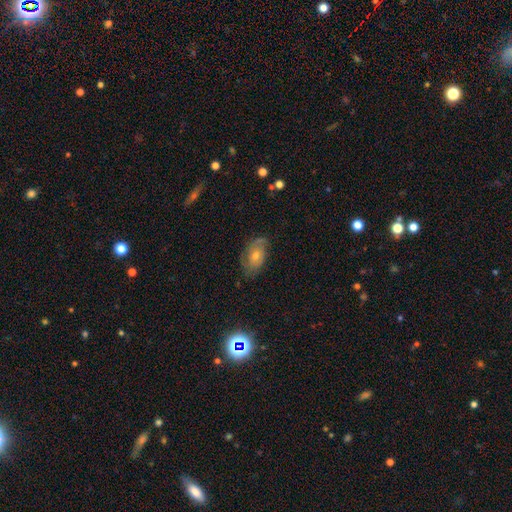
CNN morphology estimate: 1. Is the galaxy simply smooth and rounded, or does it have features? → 55% featured or disk, 29% smooth, 16% star or artifact.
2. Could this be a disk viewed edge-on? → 93% no, 7% yes.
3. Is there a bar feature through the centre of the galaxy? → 79% no, 18% weak, 4% strong.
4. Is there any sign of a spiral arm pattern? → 77% yes, 23% no.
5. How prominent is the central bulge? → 49% moderate, 46% small, 3% large, 2% none, 1% dominant.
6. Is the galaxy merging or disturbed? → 70% none, 21% minor disturbance, 7% major disturbance, 2% merger.